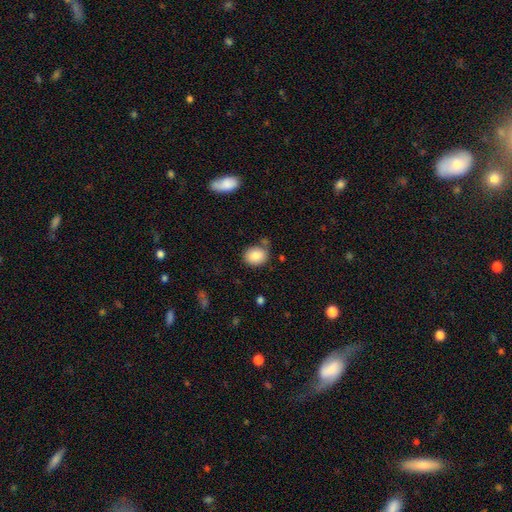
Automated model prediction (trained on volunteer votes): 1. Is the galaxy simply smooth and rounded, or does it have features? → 85% smooth, 8% star or artifact, 7% featured or disk.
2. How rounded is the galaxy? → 53% round, 46% in between, 1% cigar-shaped.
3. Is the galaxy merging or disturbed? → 74% none, 15% minor disturbance, 7% merger, 4% major disturbance.